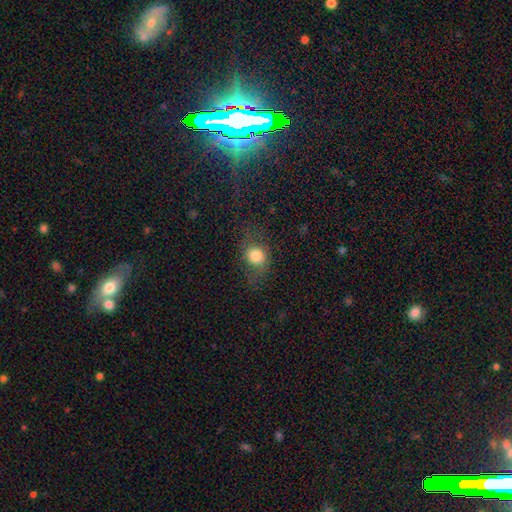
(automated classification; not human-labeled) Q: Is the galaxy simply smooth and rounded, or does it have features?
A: smooth — 75%.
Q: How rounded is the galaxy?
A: round — 67%.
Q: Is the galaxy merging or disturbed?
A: none — 58%.